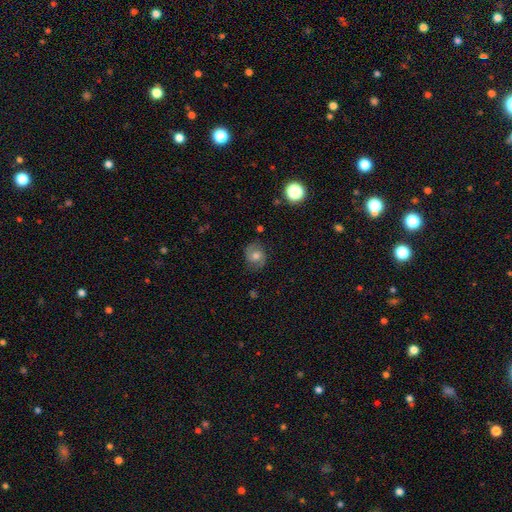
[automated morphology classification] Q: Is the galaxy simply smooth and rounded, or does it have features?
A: featured or disk — 46%.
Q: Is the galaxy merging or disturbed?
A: none — 77%.